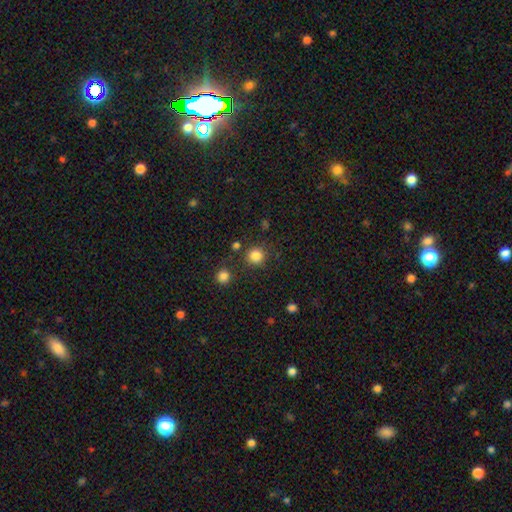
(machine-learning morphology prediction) smooth-or-featured: smooth: 84% | star or artifact: 12% | featured or disk: 4%
  how-rounded: round: 93% | in between: 6% | cigar-shaped: 1%
  merging: none: 83% | minor disturbance: 8% | merger: 5% | major disturbance: 3%